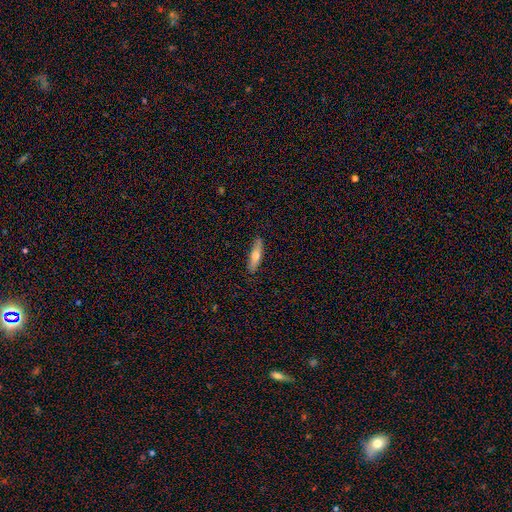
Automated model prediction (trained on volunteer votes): smooth_or_featured: smooth (p=0.64) [alt: featured or disk p=0.30]
how_rounded: cigar-shaped (p=0.69) [alt: in between p=0.30]
merging: none (p=0.86) [alt: minor disturbance p=0.10]